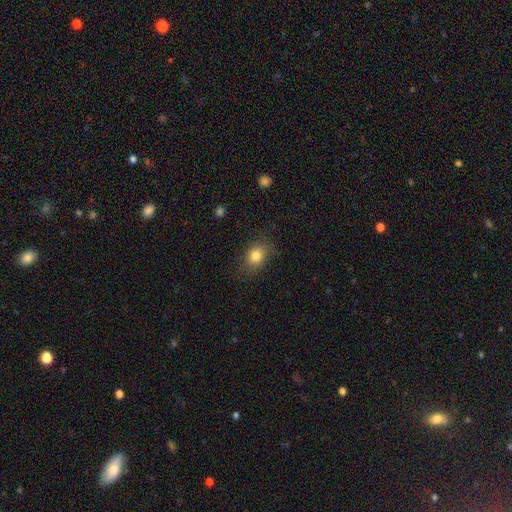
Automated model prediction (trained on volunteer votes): This appears to be a smooth galaxy with no disk features (82%) that is in between round and cigar-shaped (63%). Merging: none (79%).